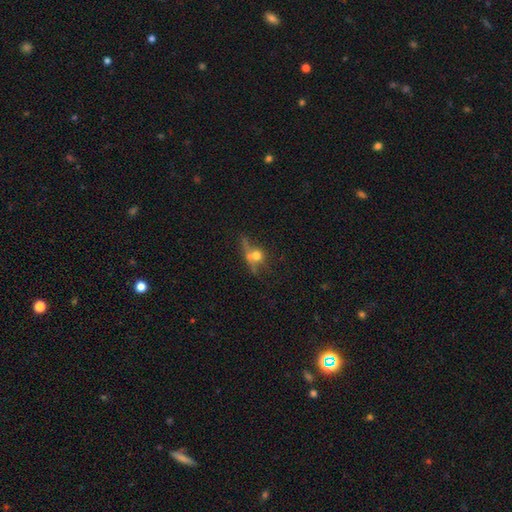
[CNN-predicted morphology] Smooth or featured: smooth — 53% (featured or disk — 29%)
How rounded: round — 63% (in between — 28%)
Merging: none — 40% (merger — 24%)